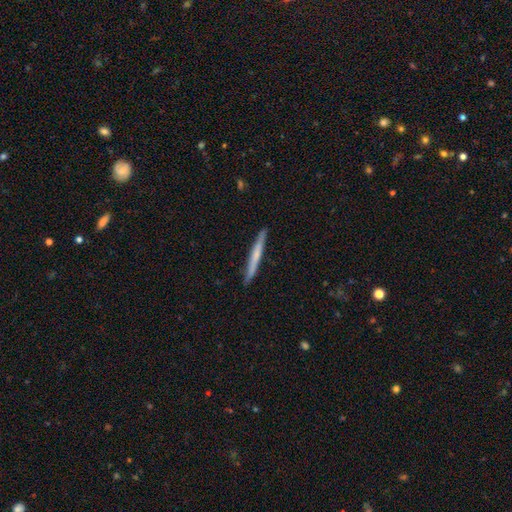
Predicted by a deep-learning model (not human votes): Morphology: type=smooth (52%); roundness=cigar-shaped (97%); merging=none (91%).